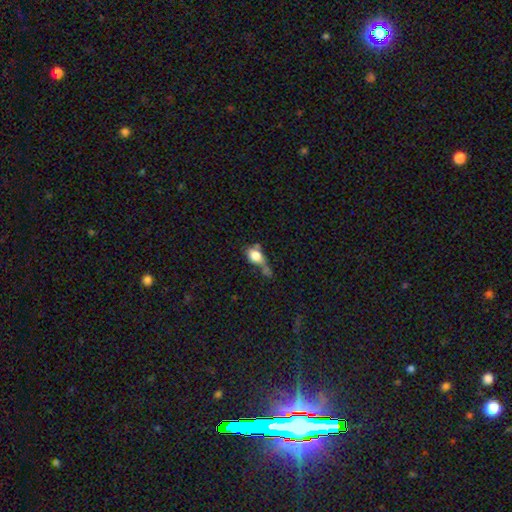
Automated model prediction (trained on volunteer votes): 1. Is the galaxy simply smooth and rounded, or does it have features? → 76% smooth, 15% featured or disk, 9% star or artifact.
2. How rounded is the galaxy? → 66% in between, 30% round, 5% cigar-shaped.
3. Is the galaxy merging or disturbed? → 31% merger, 24% none, 24% major disturbance, 21% minor disturbance.